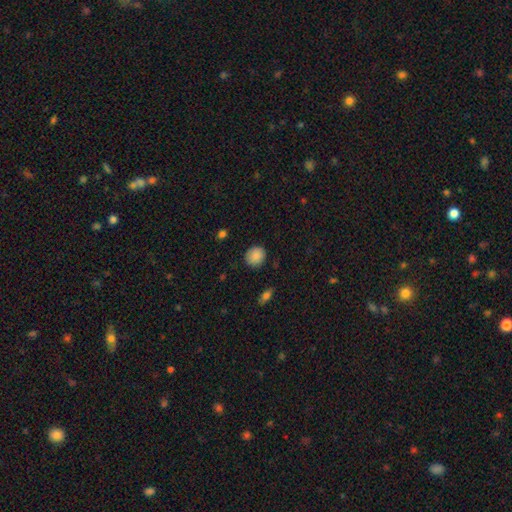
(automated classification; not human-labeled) Overall: smooth (87%). How rounded: round (83%). Merging: none (87%).